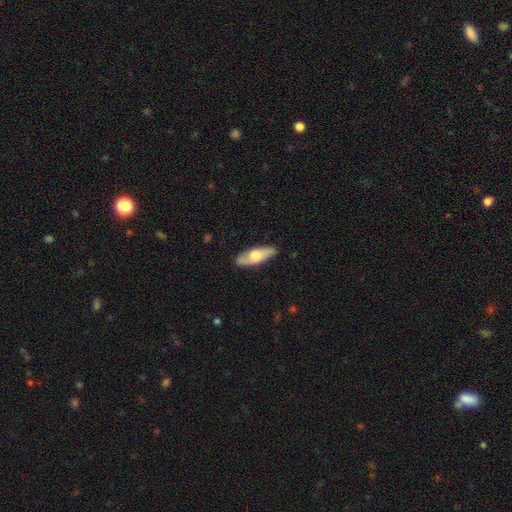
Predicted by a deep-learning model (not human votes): smooth-or-featured: smooth: 52% | featured or disk: 43% | star or artifact: 5%
  how-rounded: in between: 62% | cigar-shaped: 35% | round: 3%
  merging: none: 84% | minor disturbance: 13% | major disturbance: 2% | merger: 1%